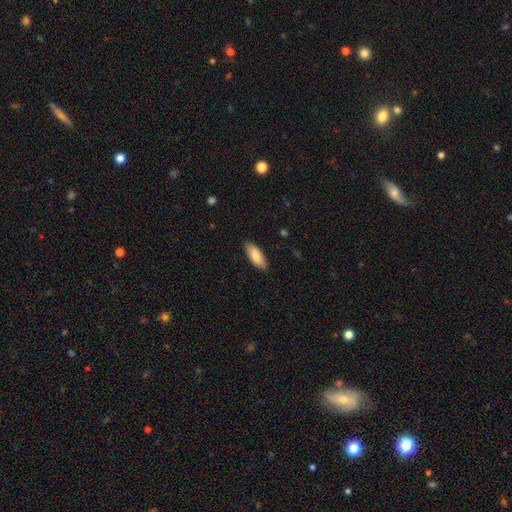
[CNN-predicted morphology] A smooth galaxy with no disk features (84%) that is in between round and cigar-shaped (75%). Merging: none (87%).